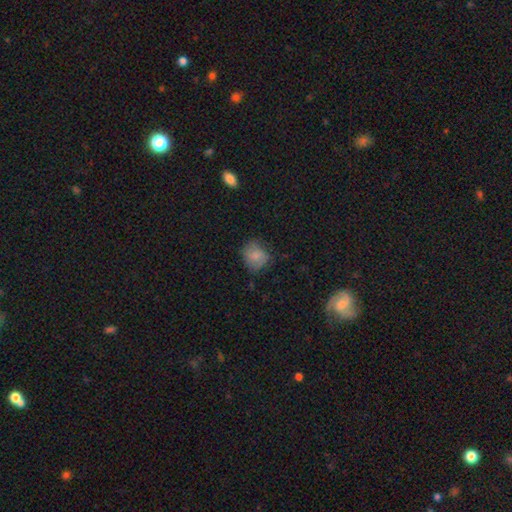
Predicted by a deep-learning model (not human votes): A smooth galaxy with no disk features (77%) that is round (72%).

Vote fractions:
- Smooth or featured? smooth: 77% / featured or disk: 15% / star or artifact: 9%
- How rounded? round: 72% / in between: 27% / cigar-shaped: 1%
- Merging? none: 64% / minor disturbance: 26% / major disturbance: 9% / merger: 1%